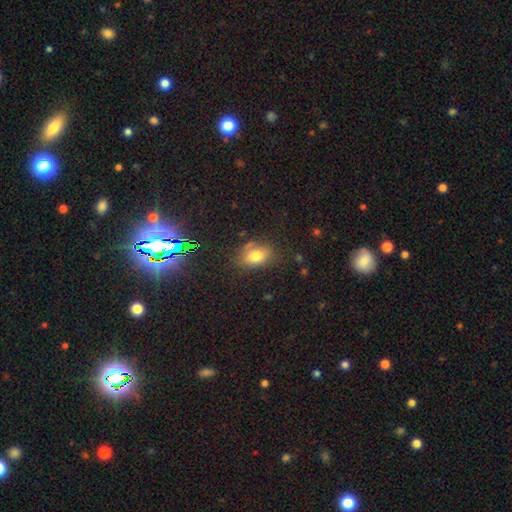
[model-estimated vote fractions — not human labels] Smooth or featured? smooth (75%)
How rounded? in between (78%)
Merging? none (69%)